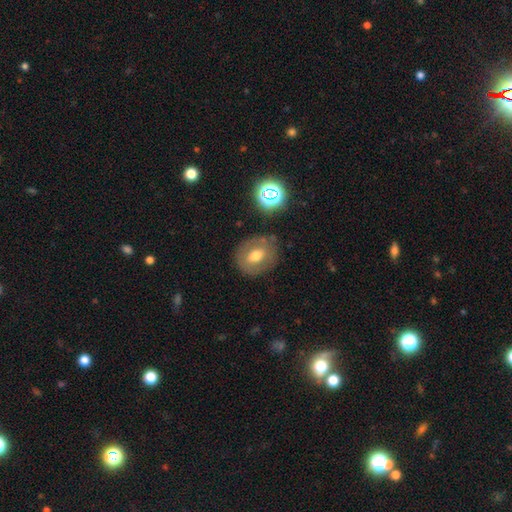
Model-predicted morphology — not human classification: Q: Smooth or featured?
A: smooth (57%); runner-up: featured or disk (32%)
Q: How rounded?
A: round (57%); runner-up: in between (42%)
Q: Merging?
A: none (76%); runner-up: minor disturbance (15%)